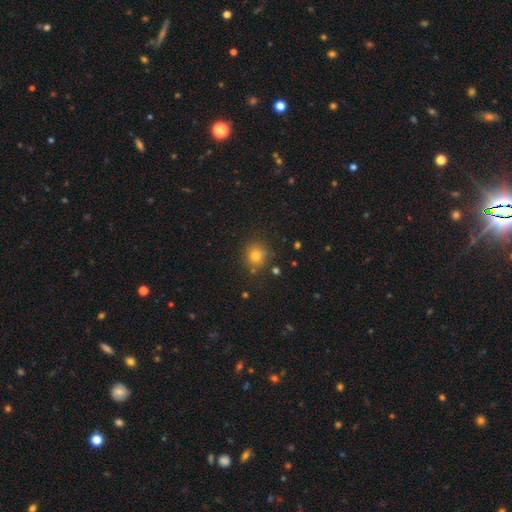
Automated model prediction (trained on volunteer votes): This is likely a smooth galaxy (76%). How rounded: clearly round (85%). Merging: clearly none (80%).